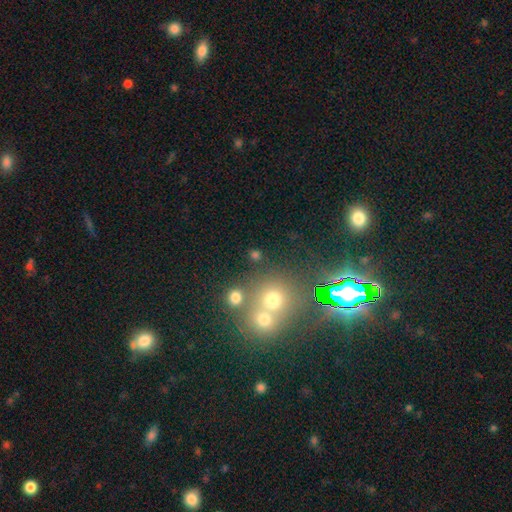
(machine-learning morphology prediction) This appears to be a smooth galaxy with no disk features (53%) that is round (78%). Merging: none (63%).